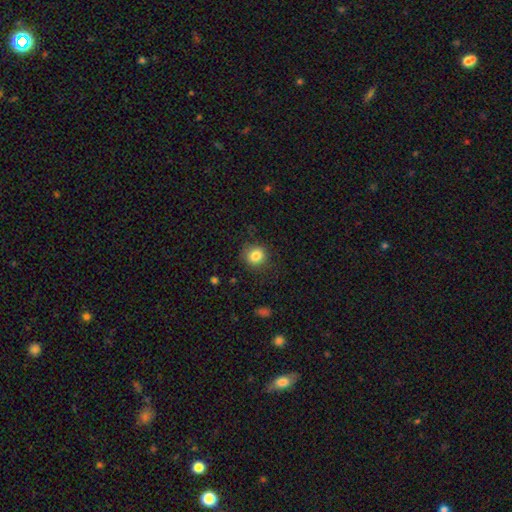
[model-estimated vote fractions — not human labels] Smooth or featured? smooth (84%)
How rounded? round (84%)
Merging? none (84%)